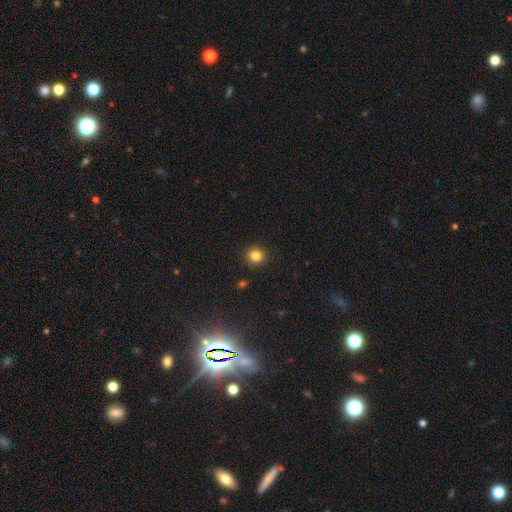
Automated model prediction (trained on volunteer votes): Smooth or featured? Predicted: smooth (p=0.84). How rounded? Predicted: round (p=0.90). Merging? Predicted: none (p=0.91).